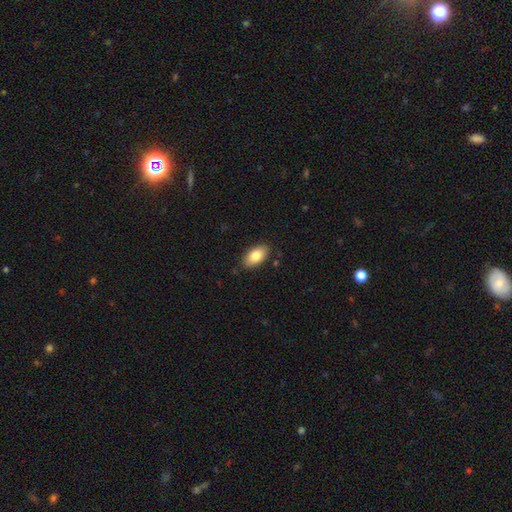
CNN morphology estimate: A smooth galaxy with no disk features (84%) that is in between round and cigar-shaped (94%). Merging: none (85%).